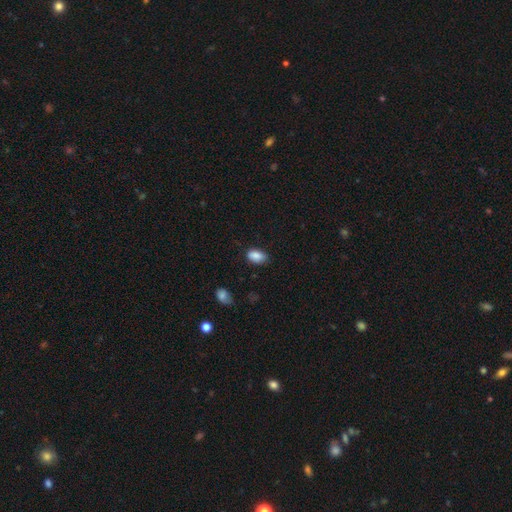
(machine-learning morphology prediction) A smooth galaxy with no disk features (86%) that is in between round and cigar-shaped (91%). Merging: none (73%).